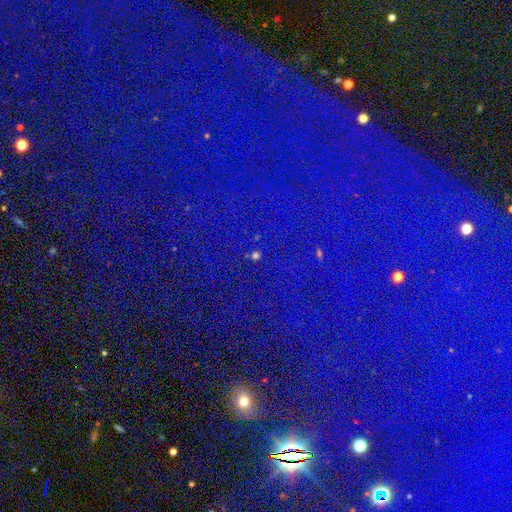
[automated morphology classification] Smooth or featured? Predicted: star or artifact (p=0.81).